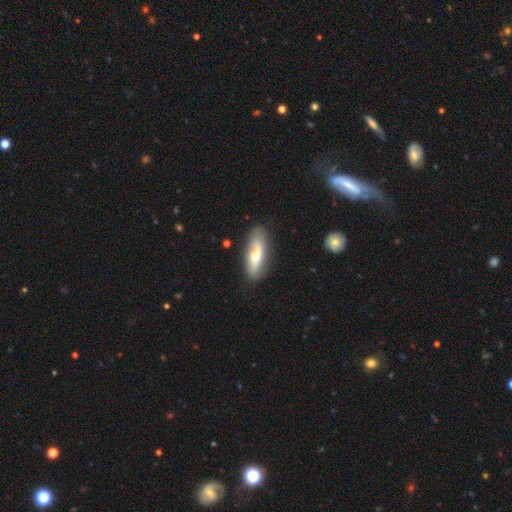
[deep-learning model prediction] Overall: smooth (51%; featured or disk 43%). How rounded: in between (66%; cigar-shaped 31%). Merging: none (69%).